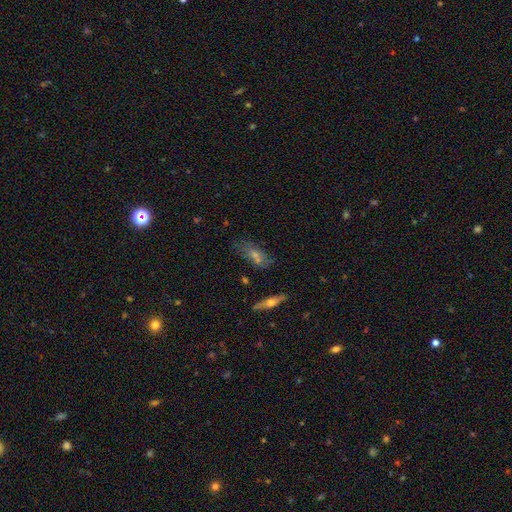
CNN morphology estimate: The model was most divided on "smooth or featured": smooth: 58%, featured or disk: 32%, star or artifact: 10%. More confident: how rounded — in between (71%); merging — none (54%).